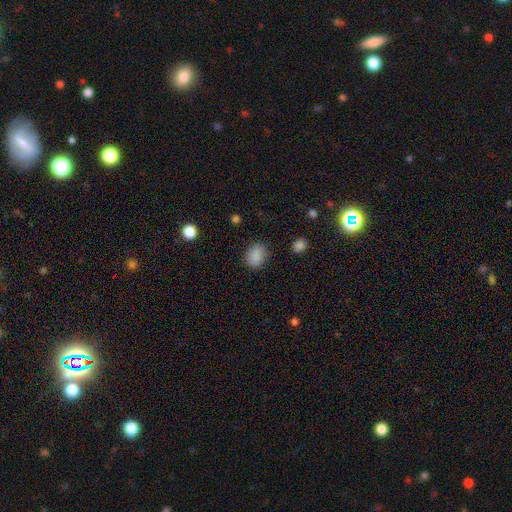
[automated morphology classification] A smooth galaxy with no disk features (86%) that is in between round and cigar-shaped (54%). Merging: none (79%).